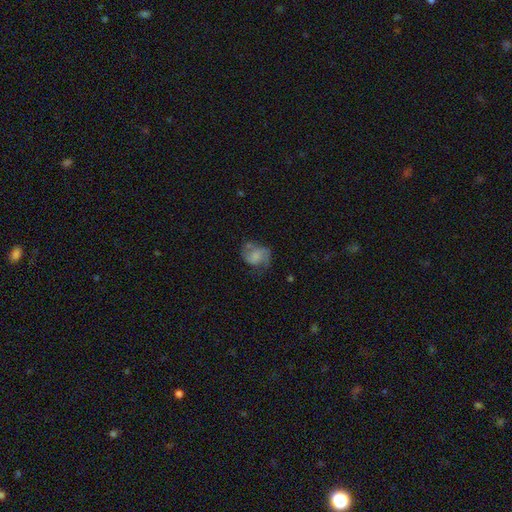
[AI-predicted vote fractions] This is possibly a featured or disk galaxy (56%). It is clearly not viewed edge-on (98%). Bar: likely no (63%). Spiral arm pattern: clearly yes (86%). Central bulge: marginally none (43%). Merging: possibly none (52%).